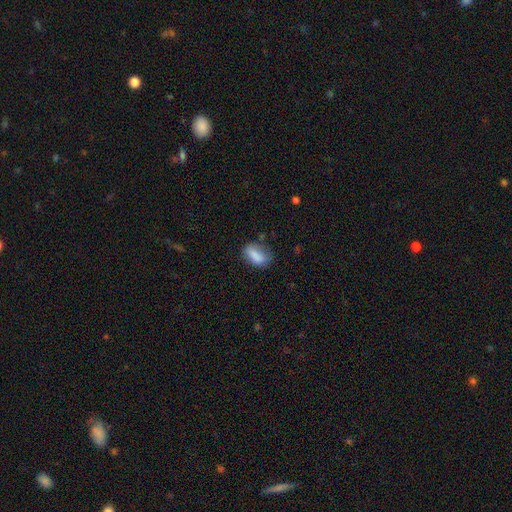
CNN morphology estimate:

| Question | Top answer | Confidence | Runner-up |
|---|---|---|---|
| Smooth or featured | smooth | 83% | featured or disk (9%) |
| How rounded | in between | 84% | cigar-shaped (9%) |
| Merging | none | 67% | minor disturbance (24%) |